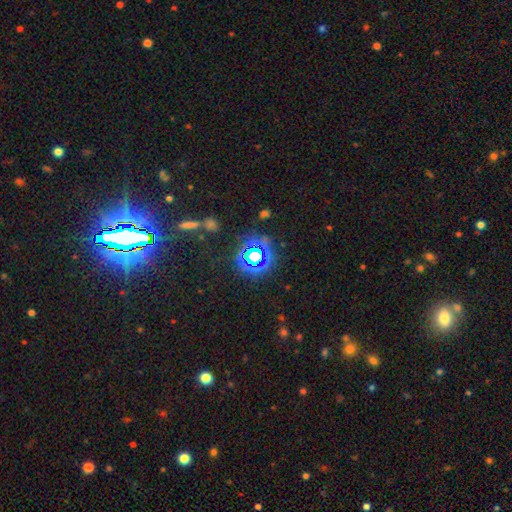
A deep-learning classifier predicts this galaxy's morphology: Smooth or featured? star or artifact (74%)